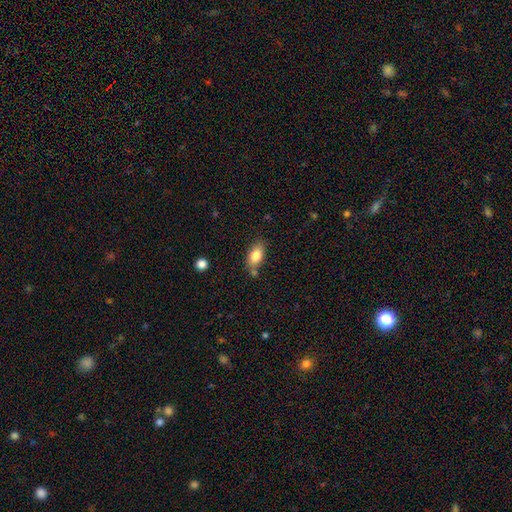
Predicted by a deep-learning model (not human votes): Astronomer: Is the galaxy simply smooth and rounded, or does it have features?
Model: smooth — 81%.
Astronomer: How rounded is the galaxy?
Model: in between — 88%.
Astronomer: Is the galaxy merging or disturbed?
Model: none — 70%.